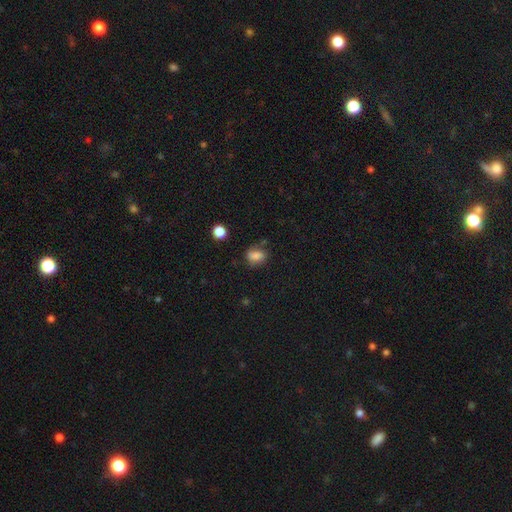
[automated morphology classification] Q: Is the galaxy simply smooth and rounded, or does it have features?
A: smooth — 77%.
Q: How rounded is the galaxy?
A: in between — 63%.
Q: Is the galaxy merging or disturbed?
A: none — 63%.